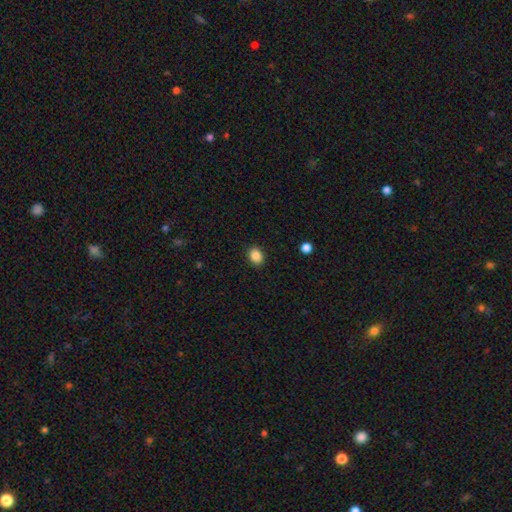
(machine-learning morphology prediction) This appears to be a smooth galaxy with no disk features (87%) that is in between round and cigar-shaped (51%). Merging: none (90%).